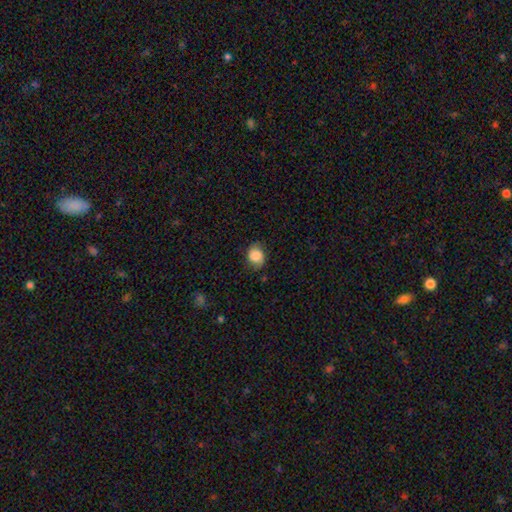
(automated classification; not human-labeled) Q: Smooth or featured?
A: smooth (77%); runner-up: featured or disk (15%)
Q: How rounded?
A: round (57%); runner-up: in between (42%)
Q: Merging?
A: none (70%); runner-up: minor disturbance (22%)